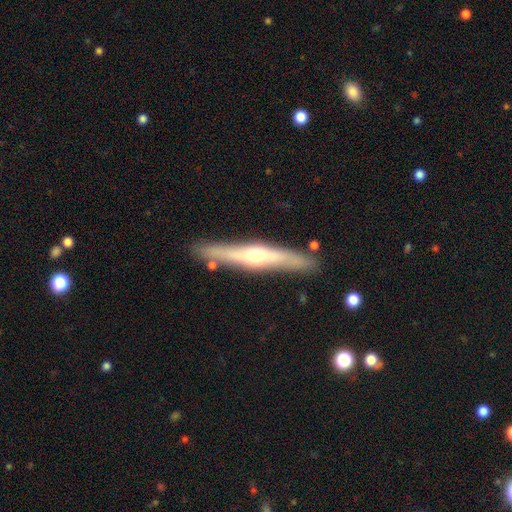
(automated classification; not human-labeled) A featured or disk galaxy (67%) viewed edge-on (93%) with a rounded central bulge (86%). Merging: none (85%).